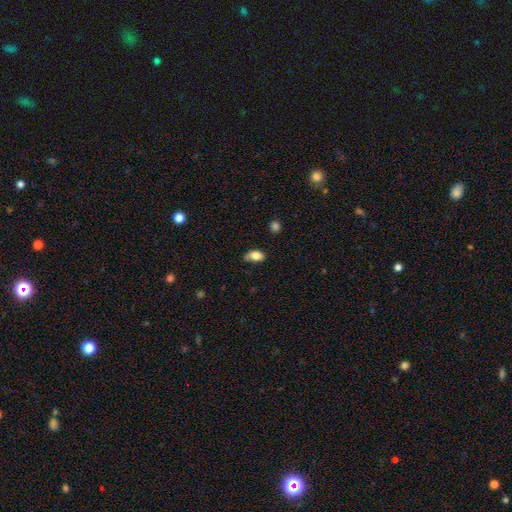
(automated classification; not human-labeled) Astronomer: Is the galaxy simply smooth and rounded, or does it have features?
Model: smooth — 79%.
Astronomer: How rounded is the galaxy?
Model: in between — 88%.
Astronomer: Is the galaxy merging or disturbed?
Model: none — 55% (runner-up: minor disturbance, 33%).